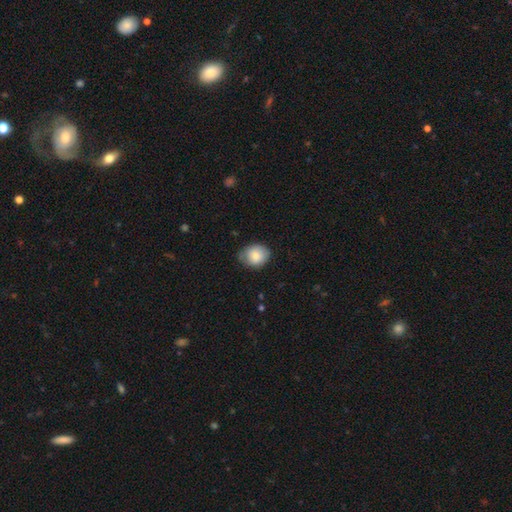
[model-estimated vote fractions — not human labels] Smooth or featured?
  - smooth: 81% *
  - featured or disk: 12%
  - star or artifact: 7%
How rounded?
  - round: 53% *
  - in between: 46%
  - cigar-shaped: 1%
Merging?
  - none: 66% *
  - minor disturbance: 27%
  - major disturbance: 5%
  - merger: 1%